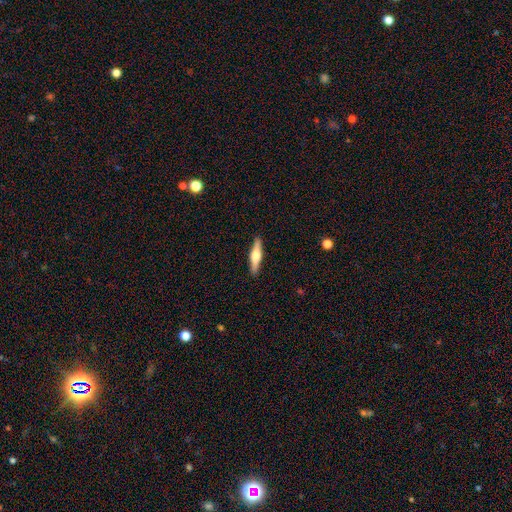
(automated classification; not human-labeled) Morphology: type=featured or disk (54%); edge-on=yes (95%); edge-on bulge=rounded (92%); merging=none (91%).